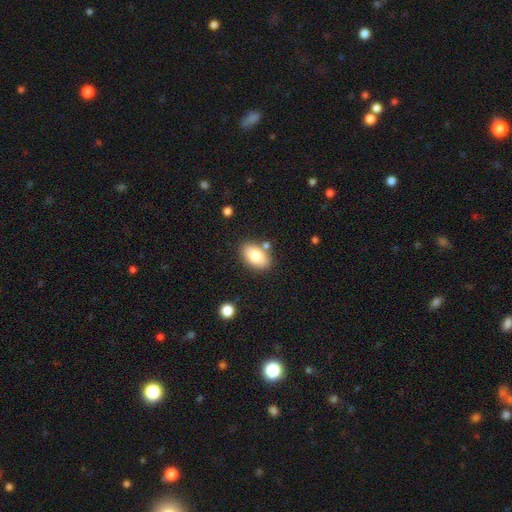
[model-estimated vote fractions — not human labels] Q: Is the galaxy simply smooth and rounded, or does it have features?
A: smooth — 78%.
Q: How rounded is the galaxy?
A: in between — 91%.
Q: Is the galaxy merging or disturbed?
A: none — 79%.